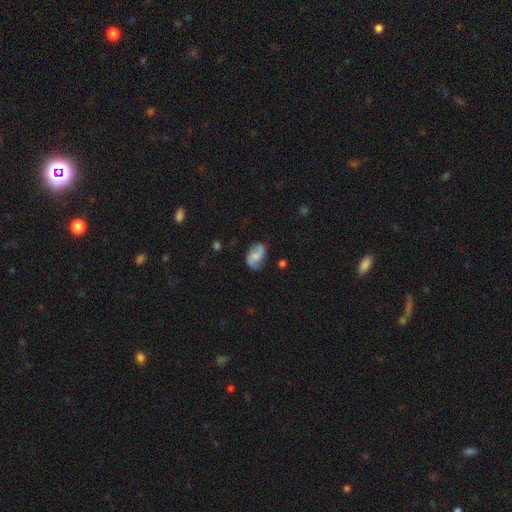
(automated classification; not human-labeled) smooth-or-featured: featured or disk: 66% | smooth: 26% | star or artifact: 7%
  disk-edge-on: no: 97% | yes: 3%
    bar: no: 54% | weak: 37% | strong: 8%
    has-spiral-arms: yes: 92% | no: 8%
      spiral-winding: loose: 51% | medium: 36% | tight: 13%
      spiral-arm-count: 2: 89% | can't tell: 5% | 1: 3% | 3: 1% | 4: 1% | more than 4: 1%
    bulge-size: moderate: 41% | small: 33% | none: 18% | large: 6% | dominant: 2%
  merging: none: 69% | minor disturbance: 21% | major disturbance: 7% | merger: 3%